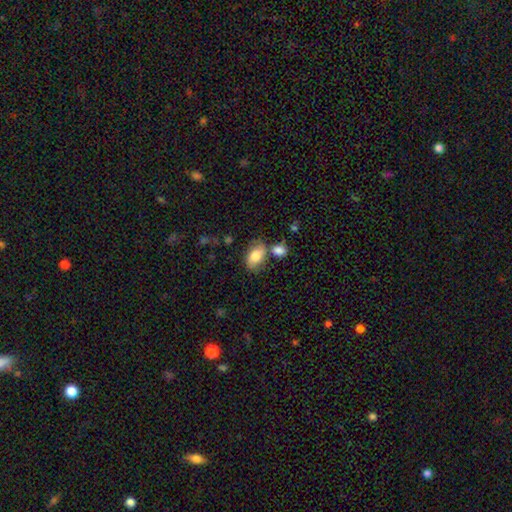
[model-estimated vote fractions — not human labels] Smooth or featured: smooth — 75% (featured or disk — 17%)
How rounded: in between — 88% (round — 10%)
Merging: none — 57% (minor disturbance — 19%)